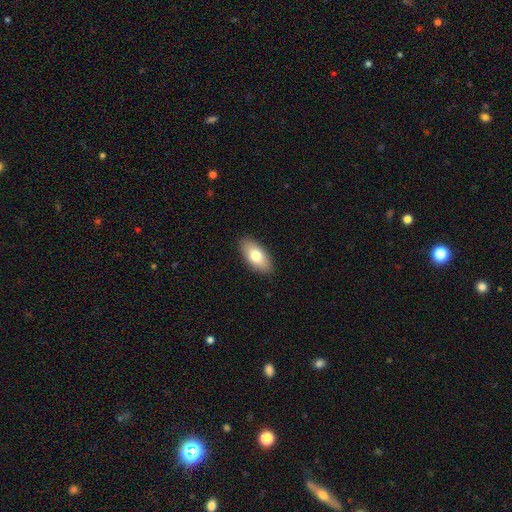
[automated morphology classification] smooth_or_featured: smooth (p=0.77) [alt: featured or disk p=0.17]
how_rounded: in between (p=0.91) [alt: cigar-shaped p=0.06]
merging: none (p=0.89) [alt: minor disturbance p=0.08]